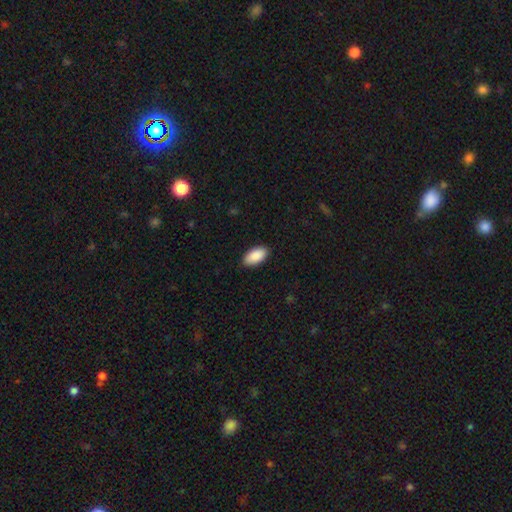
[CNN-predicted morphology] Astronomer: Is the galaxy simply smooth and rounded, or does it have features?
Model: smooth — 91%.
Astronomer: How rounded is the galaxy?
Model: in between — 95%.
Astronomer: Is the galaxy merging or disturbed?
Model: none — 89%.